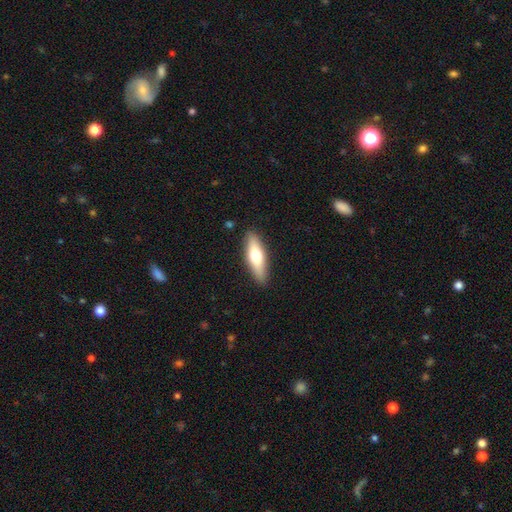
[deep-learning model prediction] Q: Smooth or featured?
A: smooth (62%); runner-up: featured or disk (32%)
Q: How rounded?
A: cigar-shaped (52%); runner-up: in between (46%)
Q: Merging?
A: none (88%); runner-up: minor disturbance (9%)